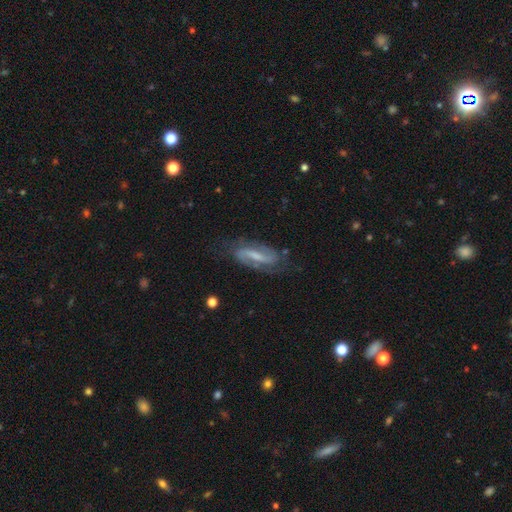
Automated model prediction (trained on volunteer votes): featured or disk 80%, smooth 13%, star or artifact 6%. Down the decision tree: edge-on disk — no (90%); bar — strong (44%); spiral arms — yes (93%); spiral arm count — 2 (87%); spiral winding — medium (45%); bulge size — small (51%); merging — none (73%).